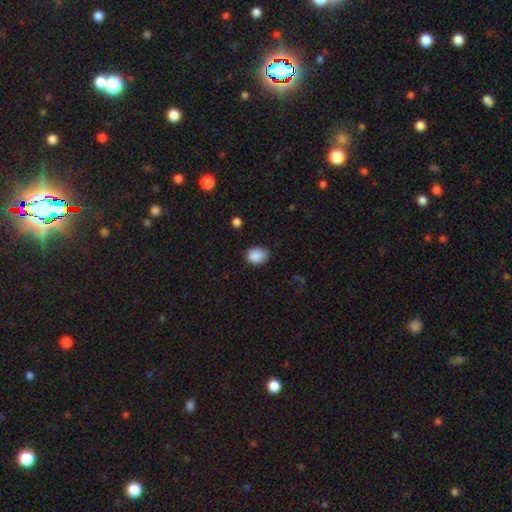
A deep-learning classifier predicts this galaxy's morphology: A smooth galaxy with no disk features (88%) that is in between round and cigar-shaped (54%). Merging: none (74%).